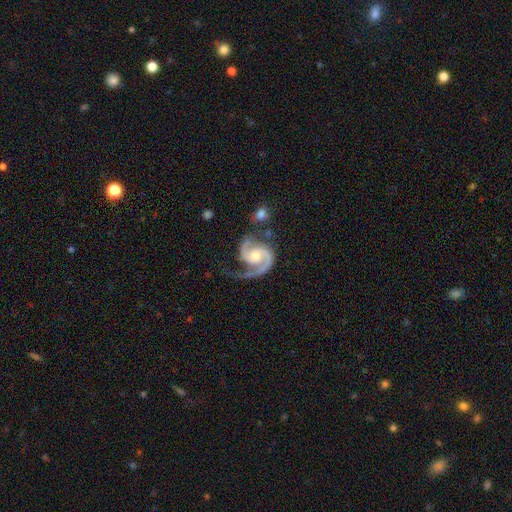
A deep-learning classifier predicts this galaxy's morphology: smooth-or-featured: featured or disk: 93% | star or artifact: 4% | smooth: 3%
  disk-edge-on: no: 98% | yes: 2%
    bar: no: 63% | weak: 29% | strong: 8%
    has-spiral-arms: yes: 99% | no: 1%
      spiral-winding: medium: 56% | tight: 31% | loose: 13%
      spiral-arm-count: 2: 87% | 1: 6% | 3: 2% | can't tell: 2% | 4: 1% | more than 4: 1%
    bulge-size: moderate: 60% | small: 32% | large: 4% | none: 2% | dominant: 1%
  merging: none: 58% | minor disturbance: 21% | major disturbance: 16% | merger: 6%